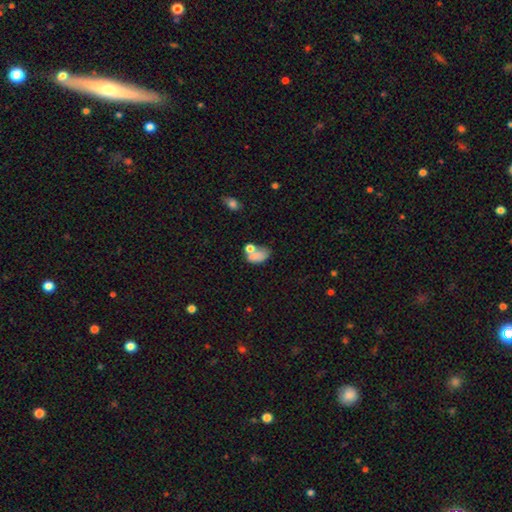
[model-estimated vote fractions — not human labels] This appears to be a smooth galaxy with no disk features (70%) that is in between round and cigar-shaped (82%). Merging: merger (34%).